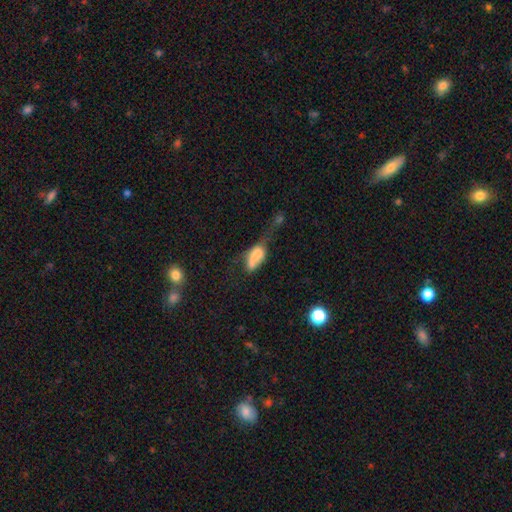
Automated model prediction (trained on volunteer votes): Smooth or featured? Predicted: smooth (p=0.62). How rounded? Predicted: in between (p=0.83). Merging? Predicted: major disturbance (p=0.37).